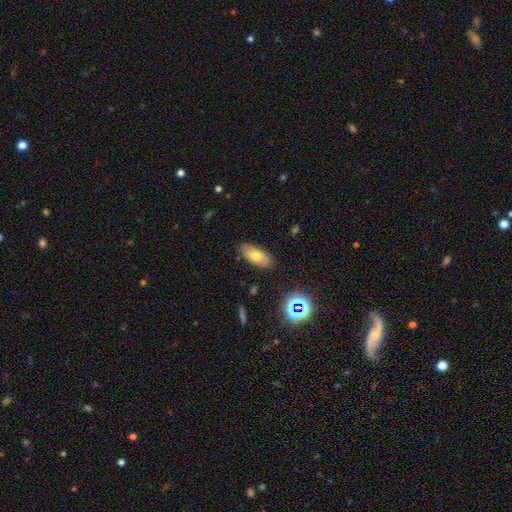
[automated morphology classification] Smooth or featured: smooth — 69% (featured or disk — 21%)
How rounded: in between — 88% (cigar-shaped — 9%)
Merging: none — 82% (minor disturbance — 13%)